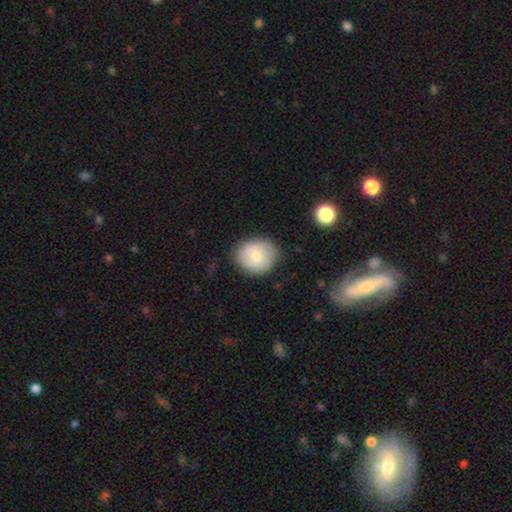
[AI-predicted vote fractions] This is likely a smooth galaxy (67%). How rounded: likely round (68%). Merging: likely none (78%).